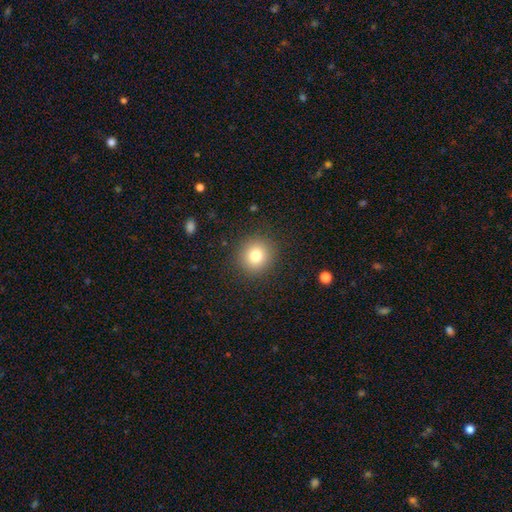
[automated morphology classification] Smooth or featured? Predicted: smooth (p=0.80). How rounded? Predicted: round (p=0.90). Merging? Predicted: none (p=0.89).